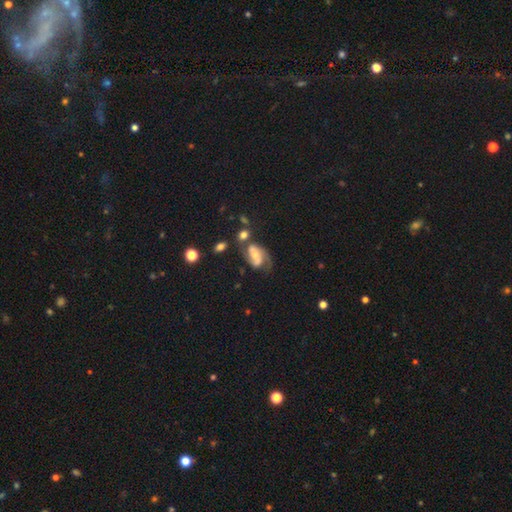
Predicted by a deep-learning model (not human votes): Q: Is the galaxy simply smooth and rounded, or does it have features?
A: featured or disk — 71%.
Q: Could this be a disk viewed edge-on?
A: no — 97%.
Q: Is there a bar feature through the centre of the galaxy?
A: no — 44%.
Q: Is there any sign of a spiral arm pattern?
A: yes — 90%.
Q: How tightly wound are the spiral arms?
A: medium — 45%.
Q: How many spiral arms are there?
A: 2 — 75%.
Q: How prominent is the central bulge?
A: moderate — 49%.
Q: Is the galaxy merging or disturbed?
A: none — 42%.